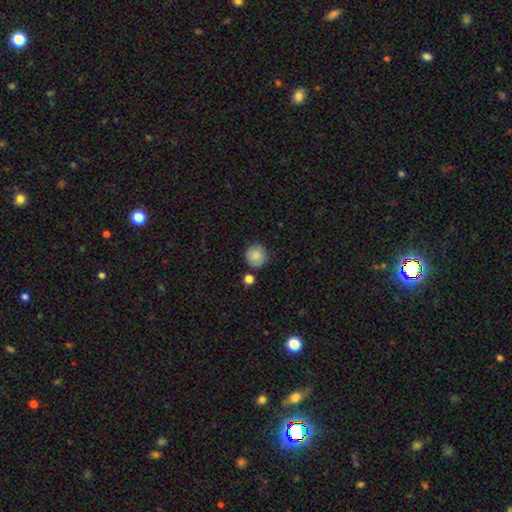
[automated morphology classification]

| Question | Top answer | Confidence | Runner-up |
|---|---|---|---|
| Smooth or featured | smooth | 83% | featured or disk (8%) |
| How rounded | round | 92% | in between (7%) |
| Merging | none | 78% | minor disturbance (13%) |